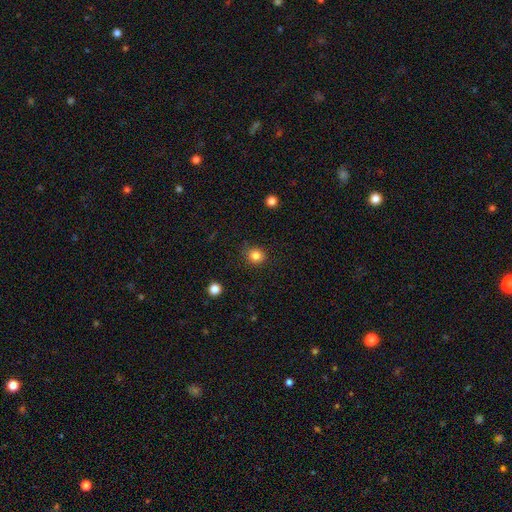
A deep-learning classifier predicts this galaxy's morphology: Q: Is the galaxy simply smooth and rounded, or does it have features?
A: smooth — 84%.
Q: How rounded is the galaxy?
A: round — 86%.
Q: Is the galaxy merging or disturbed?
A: none — 83%.